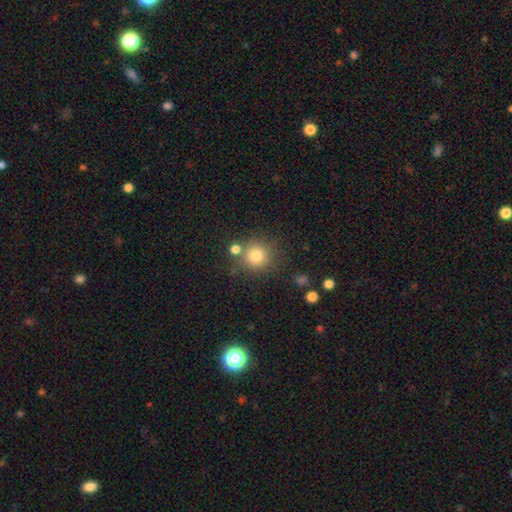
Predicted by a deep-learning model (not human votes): Morphology: type=smooth (80%); roundness=round (92%); merging=none (75%).